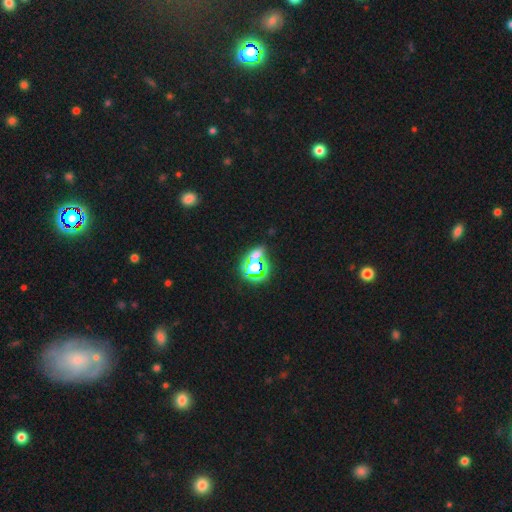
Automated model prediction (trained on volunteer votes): Smooth or featured? star or artifact (56%)